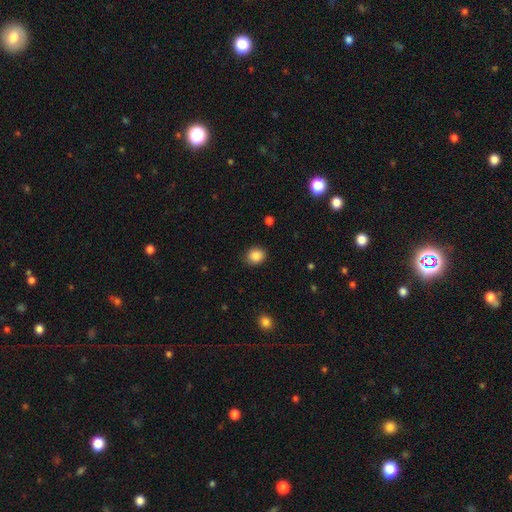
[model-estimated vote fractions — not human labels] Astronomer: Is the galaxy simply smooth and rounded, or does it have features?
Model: smooth — 87%.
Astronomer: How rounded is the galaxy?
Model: round — 74%.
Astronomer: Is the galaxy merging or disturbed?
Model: none — 86%.